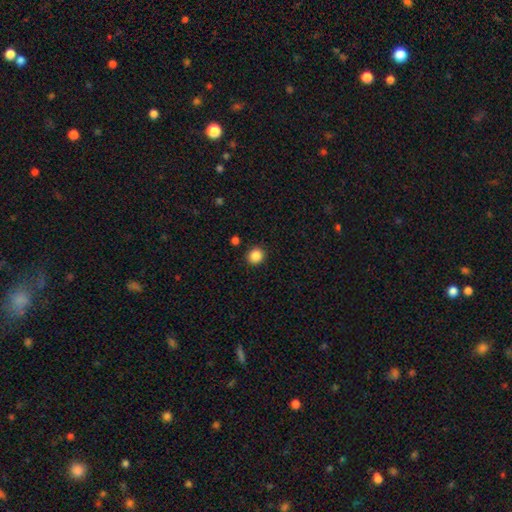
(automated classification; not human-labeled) Smooth or featured? Predicted: smooth (p=0.87). How rounded? Predicted: round (p=0.90). Merging? Predicted: none (p=0.91).